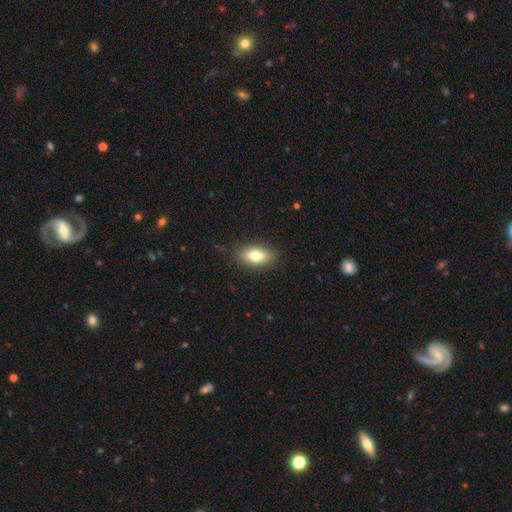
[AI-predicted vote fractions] Smooth or featured? Predicted: smooth (p=0.77). How rounded? Predicted: in between (p=0.84). Merging? Predicted: none (p=0.86).